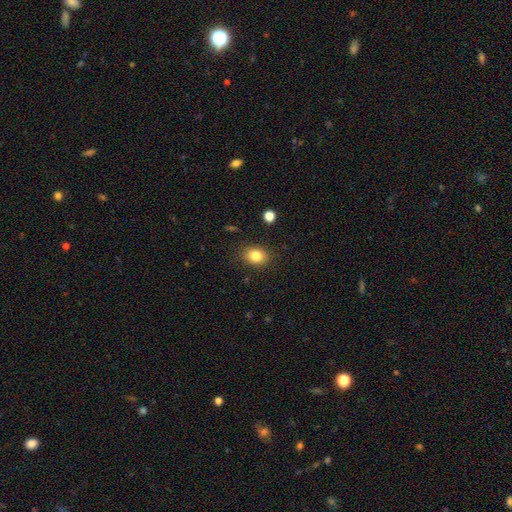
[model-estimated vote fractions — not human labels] Q: Smooth or featured?
A: smooth (83%); runner-up: star or artifact (10%)
Q: How rounded?
A: in between (58%); runner-up: round (41%)
Q: Merging?
A: none (86%); runner-up: minor disturbance (10%)